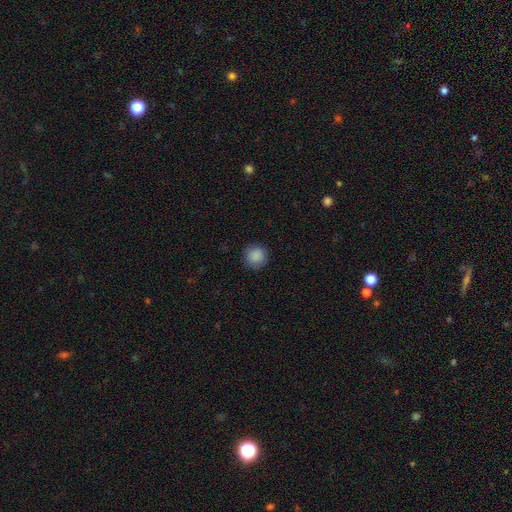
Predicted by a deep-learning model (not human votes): smooth_or_featured: smooth (p=0.88) [alt: star or artifact p=0.09]
how_rounded: round (p=0.92) [alt: in between p=0.07]
merging: none (p=0.89) [alt: minor disturbance p=0.08]